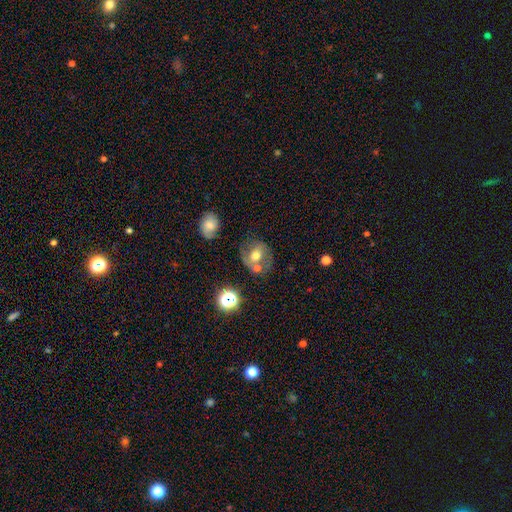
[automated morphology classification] type=featured or disk (44%); merging=none (52%).